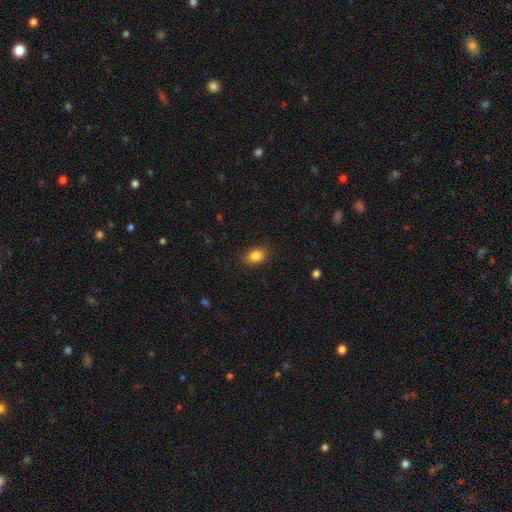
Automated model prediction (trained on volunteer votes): Overall: smooth (85%). How rounded: in between (72%). Merging: none (83%).